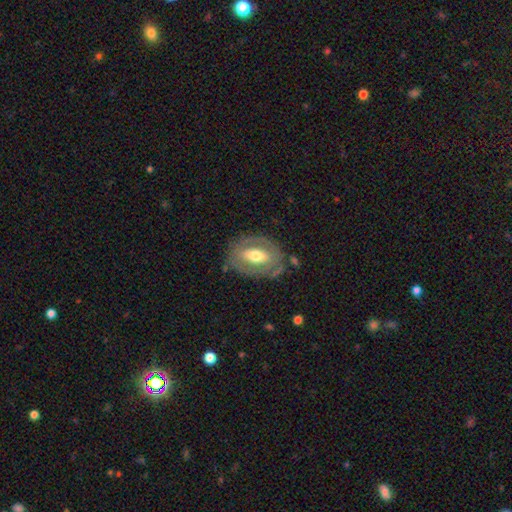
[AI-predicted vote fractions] Smooth or featured: featured or disk — 60% (smooth — 34%)
Edge-on disk: no — 90% (yes — 10%)
Bar: no — 37% (strong — 32%)
Spiral arms: no — 69% (yes — 31%)
Bulge size: moderate — 66% (large — 17%)
Merging: none — 71% (minor disturbance — 18%)